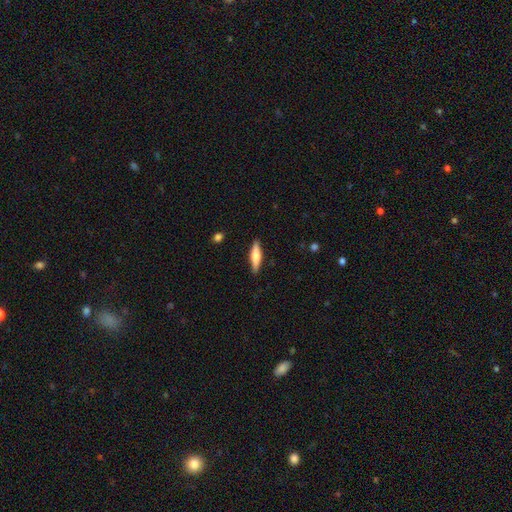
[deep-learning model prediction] smooth_or_featured: smooth (p=0.52) [alt: featured or disk p=0.42]
how_rounded: cigar-shaped (p=0.73) [alt: in between p=0.24]
merging: none (p=0.89) [alt: minor disturbance p=0.08]